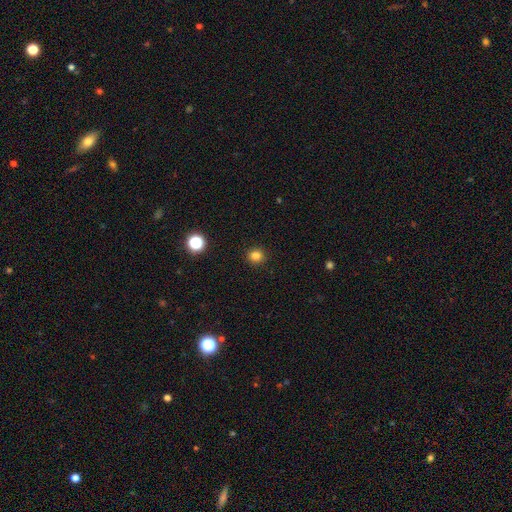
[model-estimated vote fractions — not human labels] Overall: smooth (83%). How rounded: round (89%). Merging: none (92%).